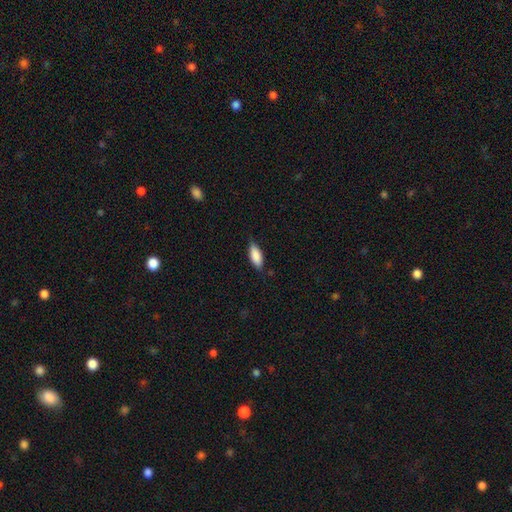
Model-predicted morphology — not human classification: type=smooth (85%); roundness=in between (77%); merging=none (77%).